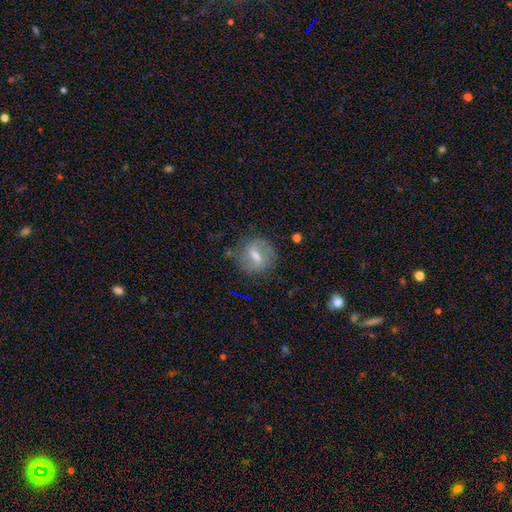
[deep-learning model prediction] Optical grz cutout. It shows a featured or disk galaxy (51%). Merging: none (73%).